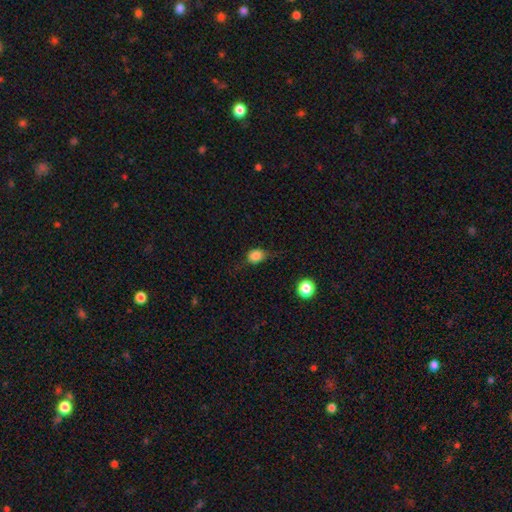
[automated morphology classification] smooth-or-featured: smooth: 82% | star or artifact: 11% | featured or disk: 7%
  how-rounded: round: 50% | in between: 48% | cigar-shaped: 2%
  merging: none: 55% | minor disturbance: 32% | major disturbance: 12% | merger: 2%